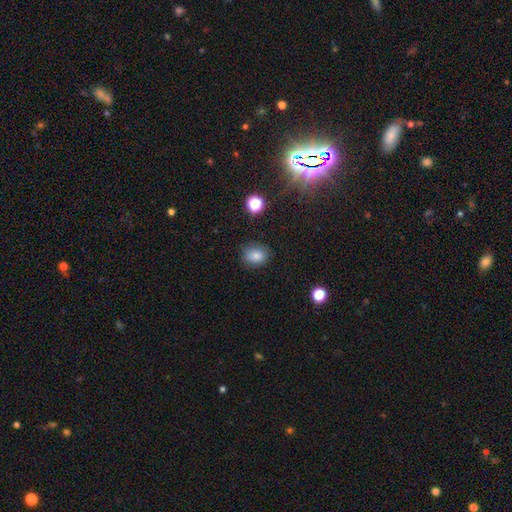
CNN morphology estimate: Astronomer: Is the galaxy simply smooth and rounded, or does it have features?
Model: smooth — 82%.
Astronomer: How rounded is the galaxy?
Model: in between — 51% (runner-up: round, 48%).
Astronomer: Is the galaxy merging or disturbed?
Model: none — 80%.